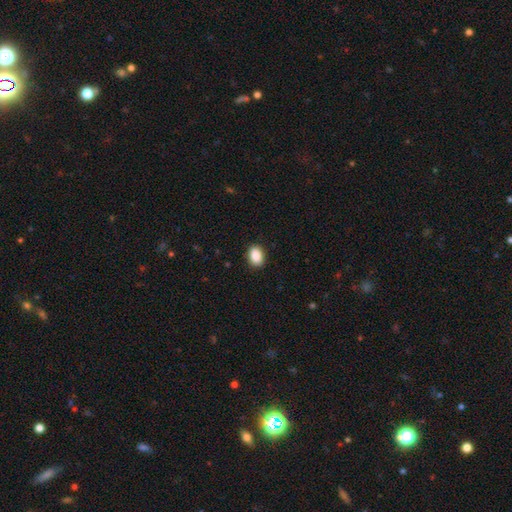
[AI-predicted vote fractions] This is clearly a smooth galaxy (90%). How rounded: likely in between (80%). Merging: clearly none (89%).